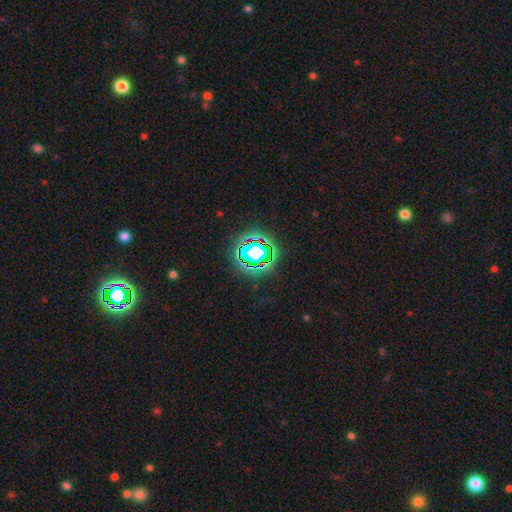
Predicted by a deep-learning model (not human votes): This is clearly a star or artifact rather than a galaxy (81%).